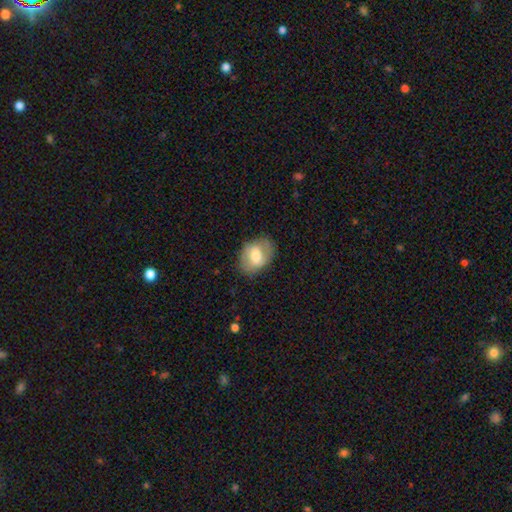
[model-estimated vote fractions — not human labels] Overall: smooth (61%; featured or disk 32%). How rounded: in between (73%). Merging: none (79%).